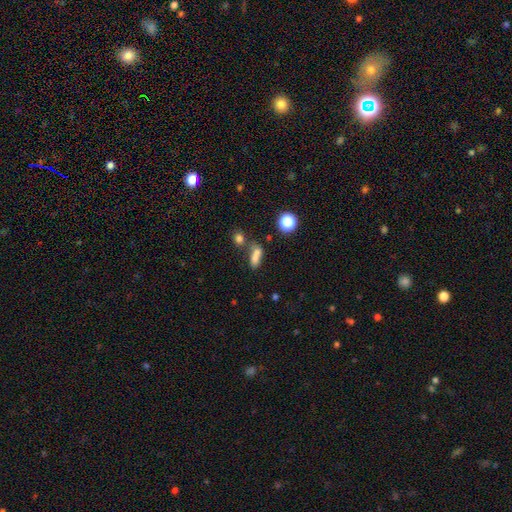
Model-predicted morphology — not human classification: Smooth or featured? Predicted: smooth (p=0.70). How rounded? Predicted: in between (p=0.61). Merging? Predicted: merger (p=0.42).